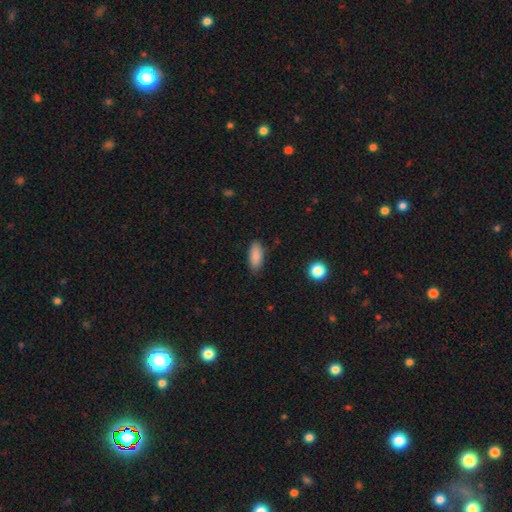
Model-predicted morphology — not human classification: smooth-or-featured: smooth: 88% | star or artifact: 7% | featured or disk: 5%
  how-rounded: in between: 84% | cigar-shaped: 14% | round: 2%
  merging: none: 84% | minor disturbance: 13% | major disturbance: 2% | merger: 1%